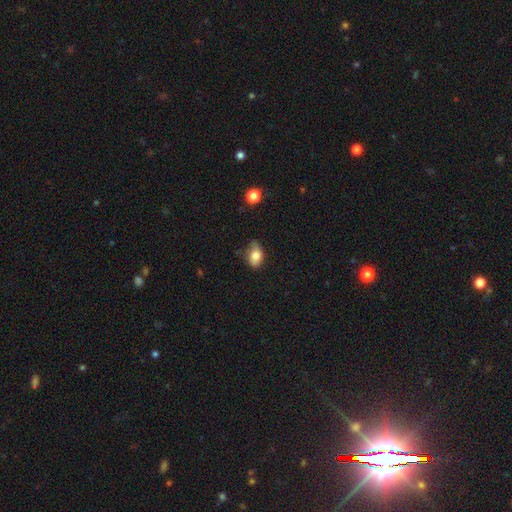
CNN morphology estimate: The model was most divided on "merging": none: 52%, minor disturbance: 36%, major disturbance: 9%, merger: 3%. More confident: how rounded — in between (84%); smooth or featured — smooth (80%).